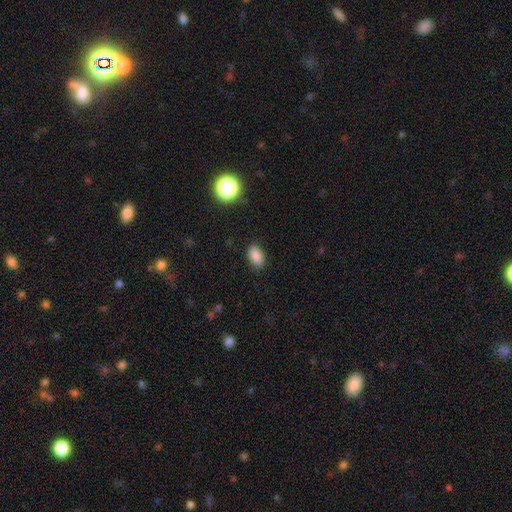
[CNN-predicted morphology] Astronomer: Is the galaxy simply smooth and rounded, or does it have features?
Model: smooth — 86%.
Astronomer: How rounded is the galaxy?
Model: in between — 89%.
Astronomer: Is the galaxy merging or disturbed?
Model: none — 87%.